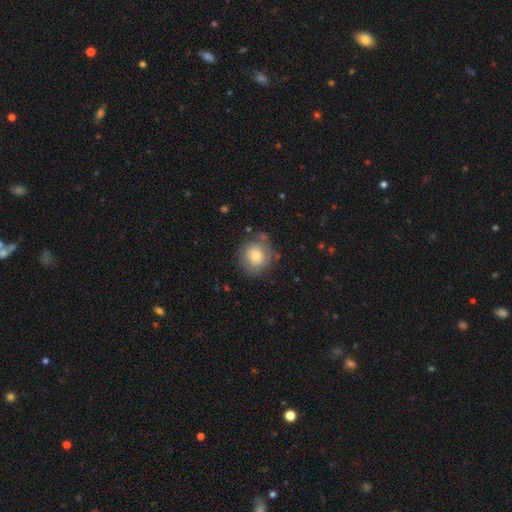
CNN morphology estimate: Smooth or featured: smooth — 72% (featured or disk — 19%)
How rounded: round — 89% (in between — 10%)
Merging: none — 72% (minor disturbance — 17%)